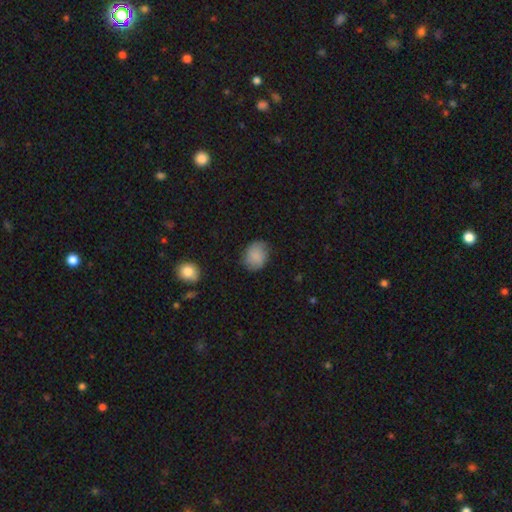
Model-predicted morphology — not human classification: The model was most divided on "how rounded": round: 55%, in between: 44%, cigar-shaped: 1%. More confident: smooth or featured — smooth (84%); merging — none (76%).